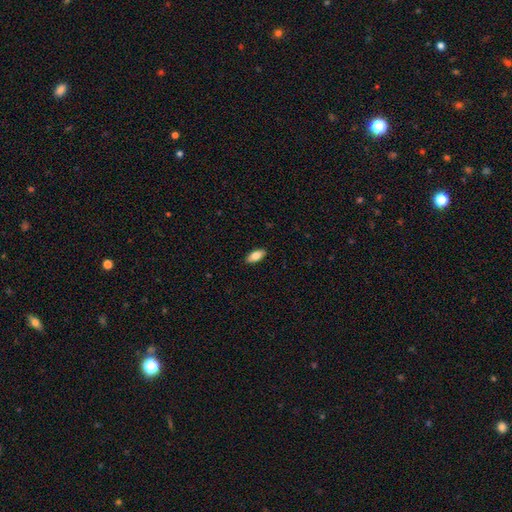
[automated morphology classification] Overall: smooth (79%). How rounded: in between (85%). Merging: none (90%).